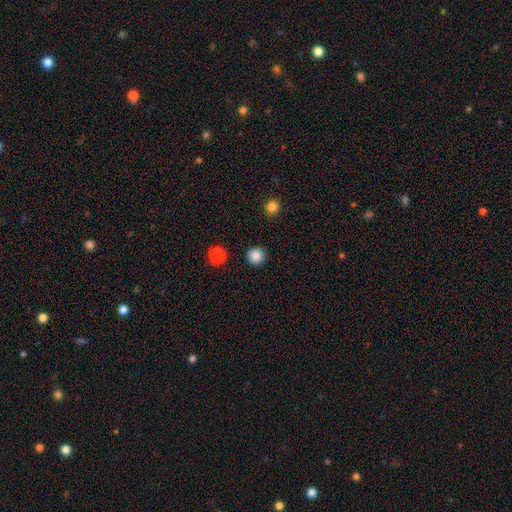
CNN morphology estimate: Smooth or featured?
  - smooth: 86% *
  - star or artifact: 10%
  - featured or disk: 3%
How rounded?
  - round: 95% *
  - in between: 4%
  - cigar-shaped: 1%
Merging?
  - none: 92% *
  - minor disturbance: 5%
  - major disturbance: 2%
  - merger: 1%